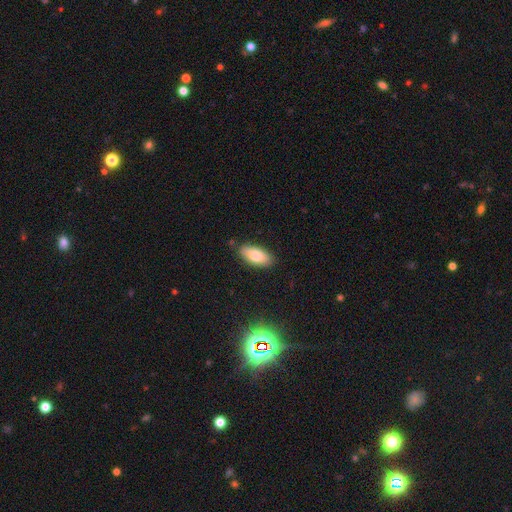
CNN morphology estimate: A smooth galaxy with no disk features (79%) that is in between round and cigar-shaped (87%). Merging: none (84%).